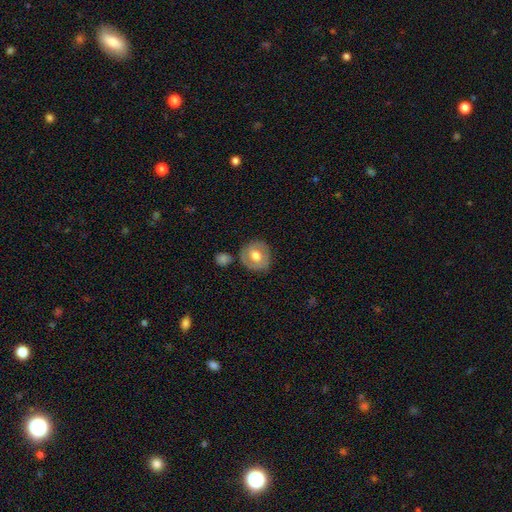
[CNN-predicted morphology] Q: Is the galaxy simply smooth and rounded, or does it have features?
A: smooth — 60%.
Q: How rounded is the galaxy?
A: round — 85%.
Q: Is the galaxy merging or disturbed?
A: none — 76%.